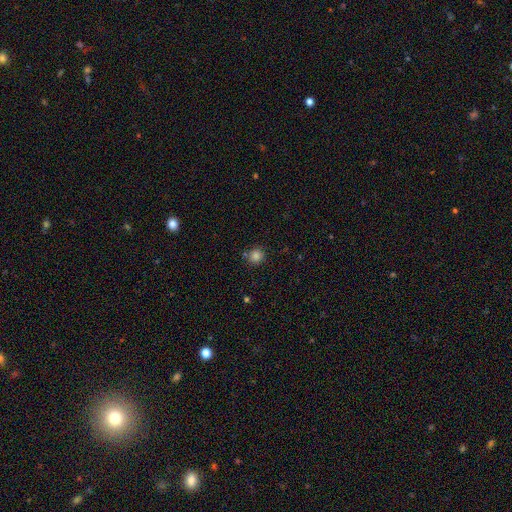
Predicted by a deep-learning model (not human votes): This is clearly a smooth galaxy (83%). How rounded: clearly round (93%). Merging: clearly none (81%).